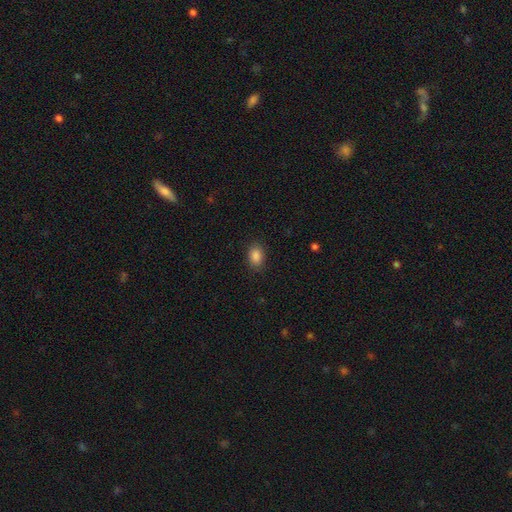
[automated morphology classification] Smooth or featured? Predicted: smooth (p=0.87). How rounded? Predicted: in between (p=0.78). Merging? Predicted: none (p=0.86).